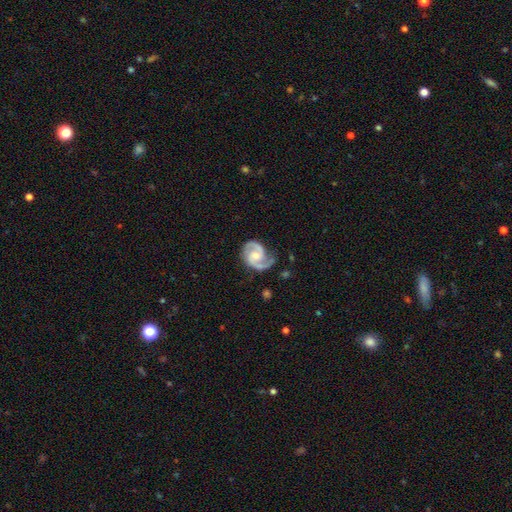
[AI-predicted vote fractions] Smooth or featured: featured or disk — 92% (smooth — 4%)
Edge-on disk: no — 98% (yes — 2%)
Bar: no — 54% (weak — 37%)
Spiral arms: yes — 98% (no — 2%)
Spiral winding: medium — 57% (tight — 32%)
Spiral arm count: 2 — 93% (1 — 2%)
Bulge size: moderate — 46% (small — 44%)
Merging: none — 74% (minor disturbance — 18%)